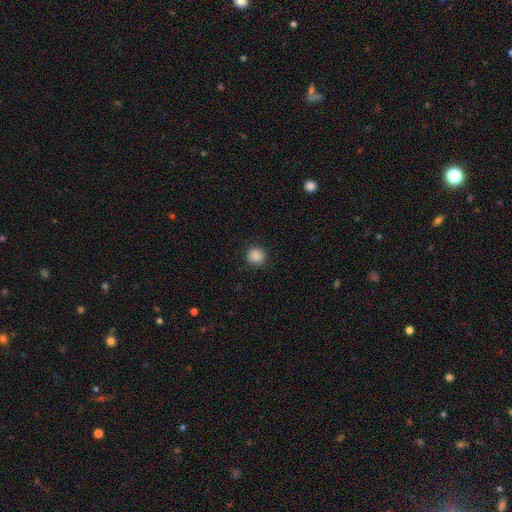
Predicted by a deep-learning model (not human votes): A smooth galaxy with no disk features (87%) that is round (88%). Merging: none (89%).